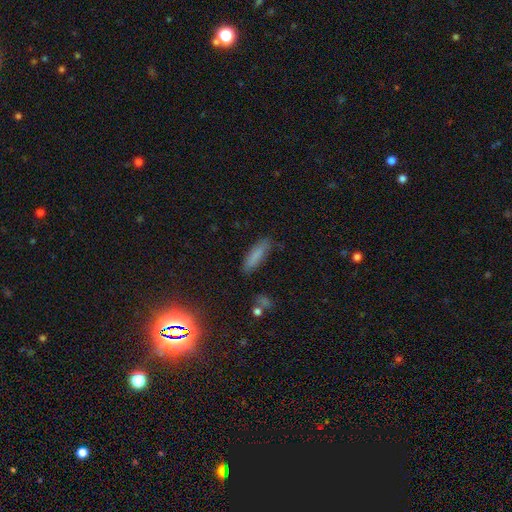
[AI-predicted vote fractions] smooth-or-featured: smooth: 80% | featured or disk: 10% | star or artifact: 10%
  how-rounded: cigar-shaped: 62% | in between: 36% | round: 2%
  merging: none: 79% | minor disturbance: 15% | major disturbance: 3% | merger: 2%